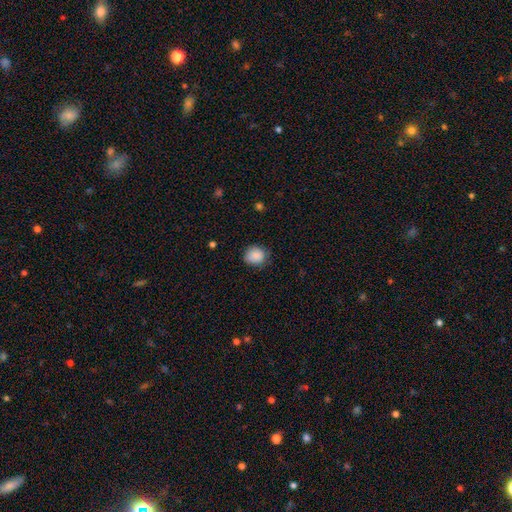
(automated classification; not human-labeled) Morphology: type=smooth (88%); roundness=round (74%); merging=none (73%).